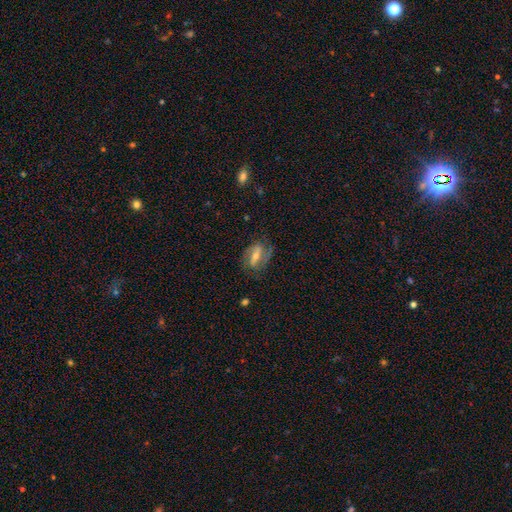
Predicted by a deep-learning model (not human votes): The model was most divided on "bulge size": moderate: 47%, small: 43%, large: 5%, none: 4%, dominant: 1%. Remaining: edge-on disk — no (92%); spiral arms — yes (86%); spiral arm count — 2 (84%); smooth or featured — featured or disk (71%); merging — none (71%); bar — strong (54%); spiral winding — medium (45%).